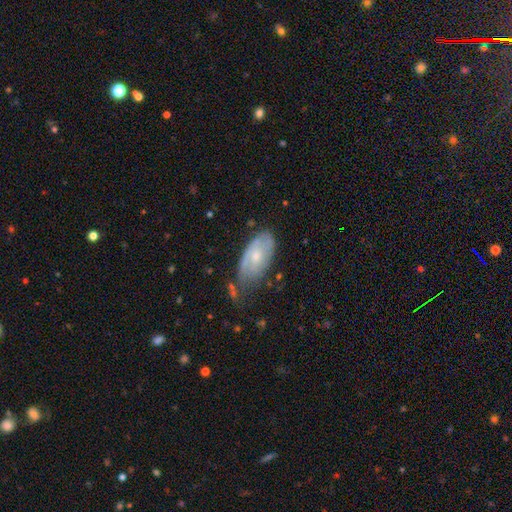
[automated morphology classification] smooth-or-featured: featured or disk: 52% | smooth: 41% | star or artifact: 7%
  disk-edge-on: no: 91% | yes: 9%
  merging: none: 49% | minor disturbance: 35% | major disturbance: 12% | merger: 4%